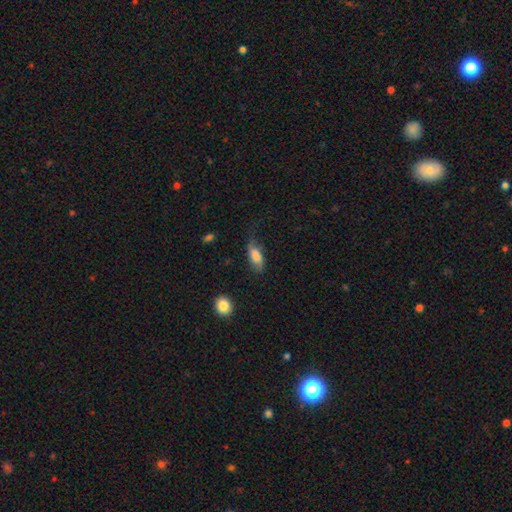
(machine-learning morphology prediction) Smooth or featured? Predicted: smooth (p=0.64). How rounded? Predicted: in between (p=0.80). Merging? Predicted: none (p=0.51).